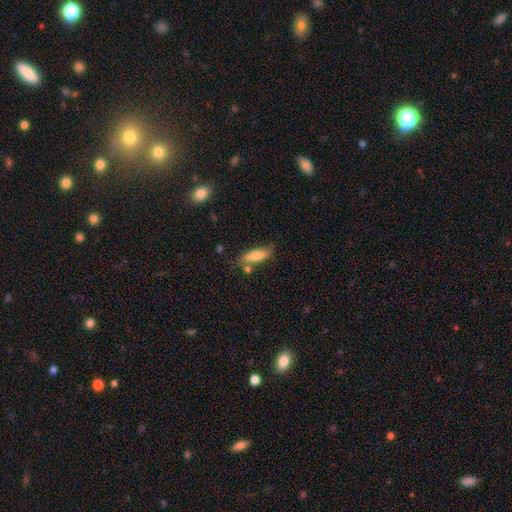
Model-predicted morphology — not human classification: Smooth or featured? smooth (77%)
How rounded? in between (52%)
Merging? none (63%)